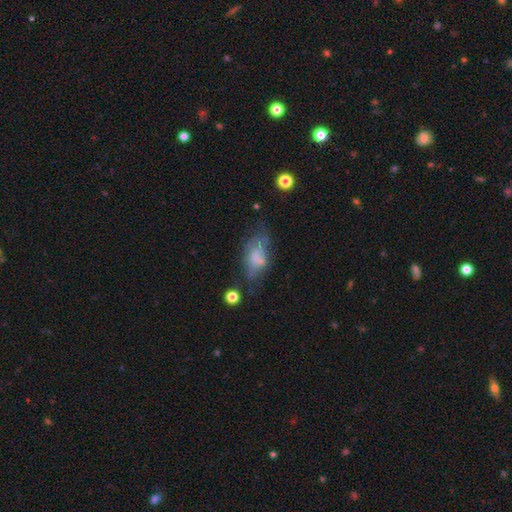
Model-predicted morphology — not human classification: type=smooth (47%); merging=none (42%).